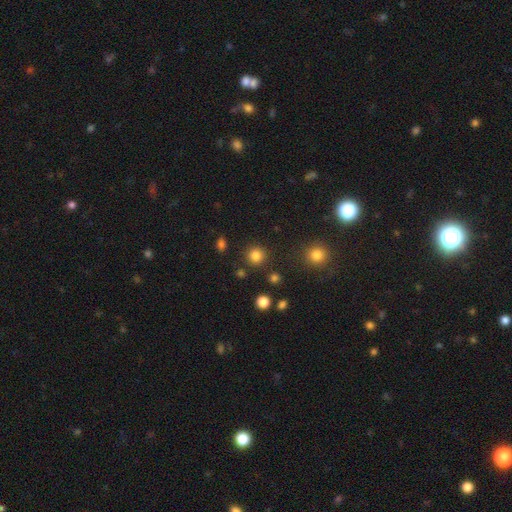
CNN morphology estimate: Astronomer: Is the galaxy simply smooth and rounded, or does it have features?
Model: smooth — 83%.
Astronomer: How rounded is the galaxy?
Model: round — 93%.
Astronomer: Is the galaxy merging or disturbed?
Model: none — 88%.